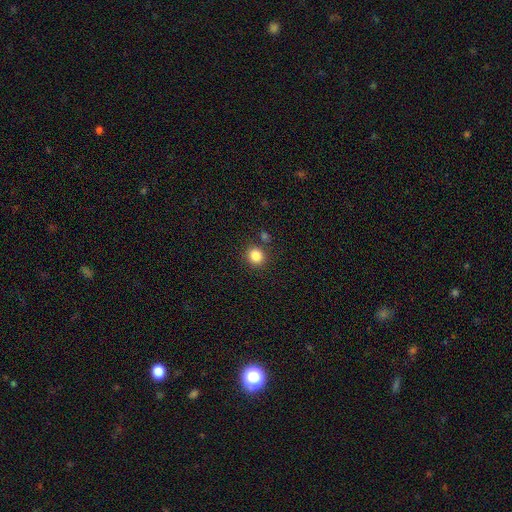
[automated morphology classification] This is clearly a smooth galaxy (85%). How rounded: clearly round (86%). Merging: clearly none (84%).